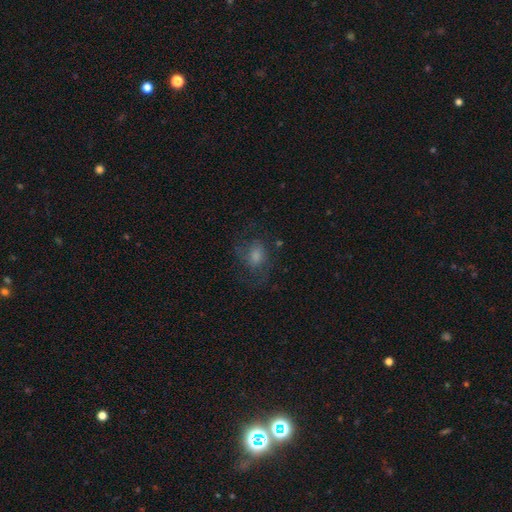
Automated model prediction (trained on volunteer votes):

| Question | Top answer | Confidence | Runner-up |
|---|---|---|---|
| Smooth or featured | featured or disk | 40% | tied: smooth (40%) |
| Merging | none | 62% | minor disturbance (18%) |